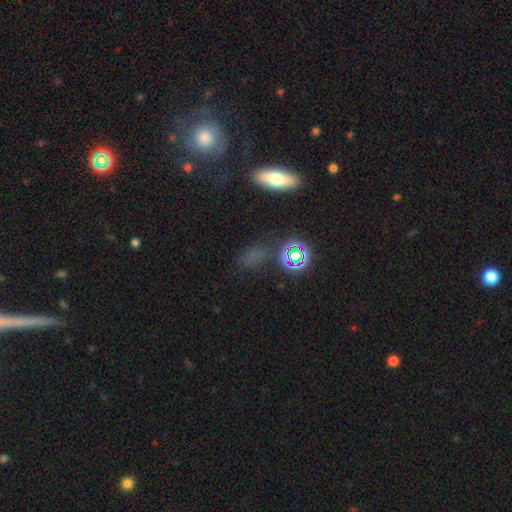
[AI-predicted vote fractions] smooth-or-featured: smooth: 47% | star or artifact: 39% | featured or disk: 14%
  merging: none: 72% | minor disturbance: 15% | major disturbance: 8% | merger: 5%